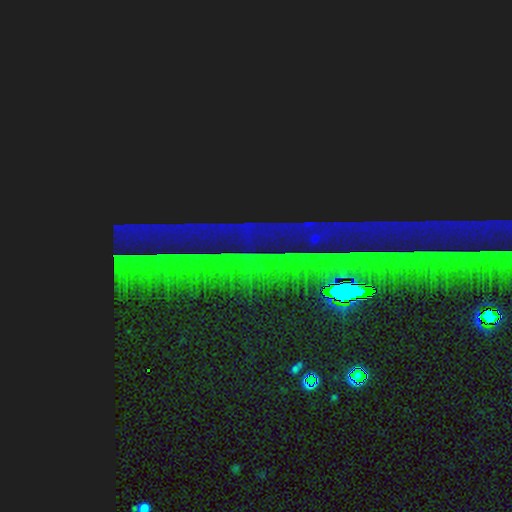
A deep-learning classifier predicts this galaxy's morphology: Smooth or featured: star or artifact — 87% (featured or disk — 7%)